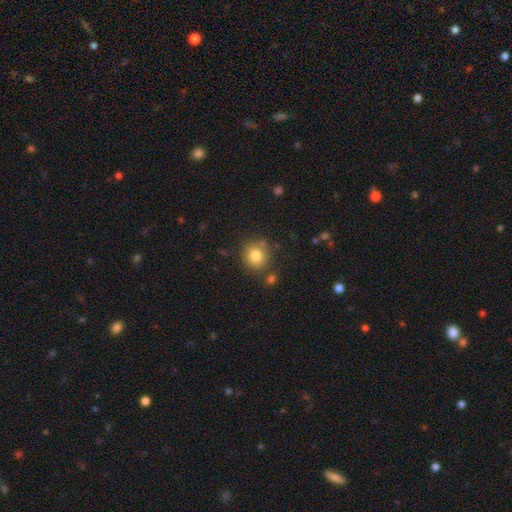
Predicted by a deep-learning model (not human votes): Overall: smooth (81%). How rounded: round (88%). Merging: none (79%).